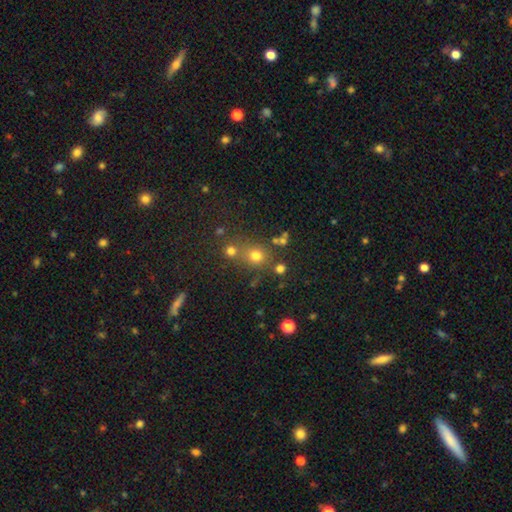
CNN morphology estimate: type=smooth (71%); roundness=round (83%); merging=none (63%).